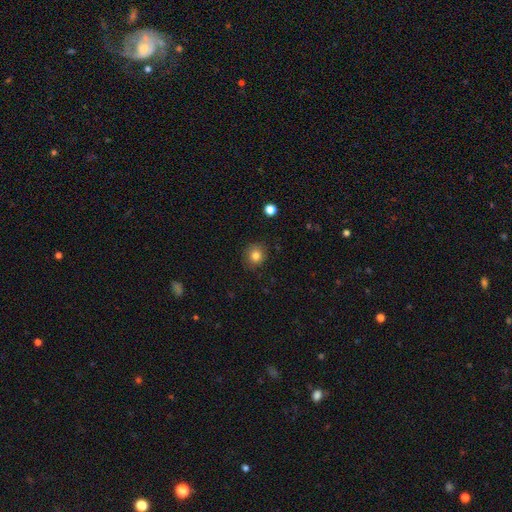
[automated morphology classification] Smooth or featured? Predicted: smooth (p=0.83). How rounded? Predicted: round (p=0.85). Merging? Predicted: none (p=0.87).